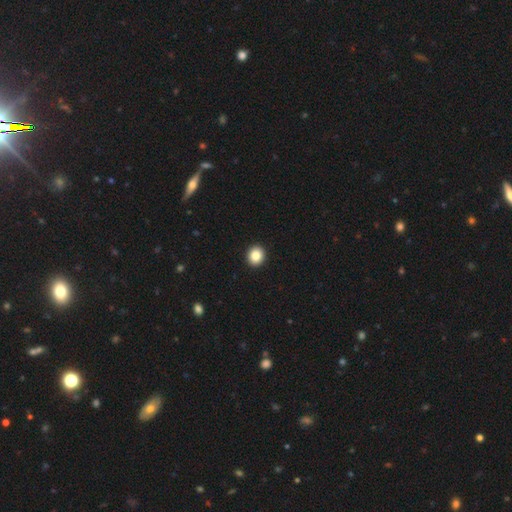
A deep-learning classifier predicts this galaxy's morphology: type=smooth (86%); roundness=round (77%); merging=none (93%).